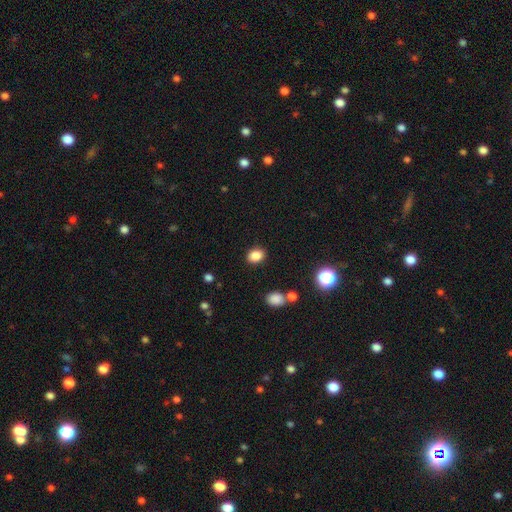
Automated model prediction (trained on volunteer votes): A smooth galaxy with no disk features (85%) that is in between round and cigar-shaped (63%).

Vote fractions:
- Smooth or featured? smooth: 85% / star or artifact: 11% / featured or disk: 4%
- How rounded? in between: 63% / round: 36% / cigar-shaped: 1%
- Merging? none: 87% / minor disturbance: 8% / major disturbance: 3% / merger: 2%